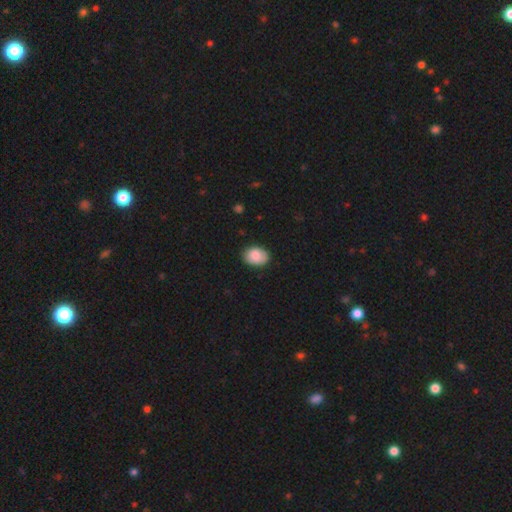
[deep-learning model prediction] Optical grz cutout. It shows a smooth galaxy with no disk features (87%) that is in between round and cigar-shaped (77%). Merging: none (84%).